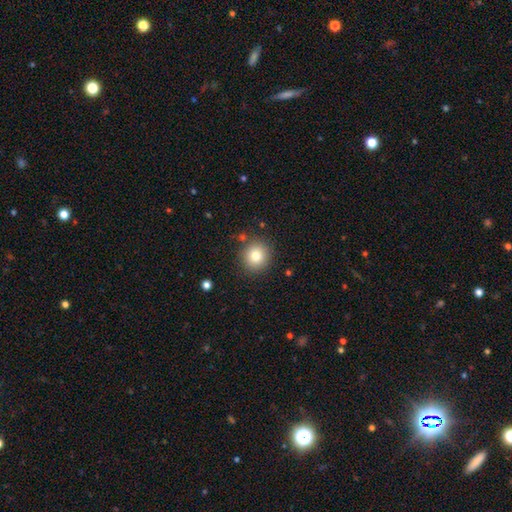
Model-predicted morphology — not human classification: smooth_or_featured: smooth (p=0.80) [alt: star or artifact p=0.11]
how_rounded: round (p=0.90) [alt: in between p=0.09]
merging: none (p=0.86) [alt: minor disturbance p=0.08]